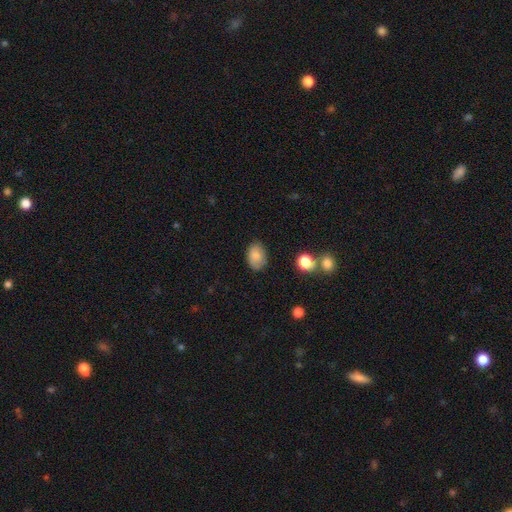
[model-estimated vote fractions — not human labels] Smooth or featured? Predicted: smooth (p=0.83). How rounded? Predicted: in between (p=0.84). Merging? Predicted: none (p=0.80).